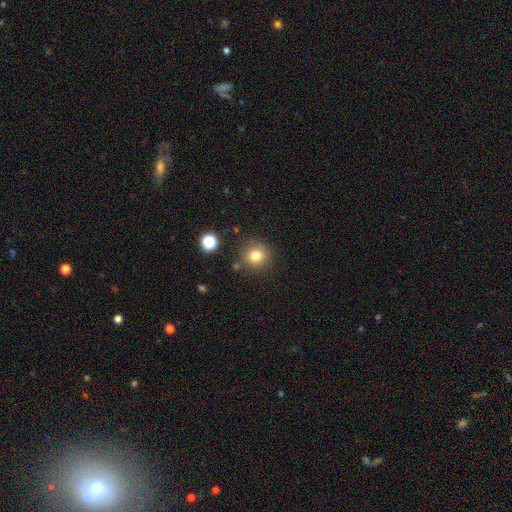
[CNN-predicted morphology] Q: Smooth or featured?
A: smooth (78%); runner-up: star or artifact (13%)
Q: How rounded?
A: round (94%); runner-up: in between (5%)
Q: Merging?
A: none (84%); runner-up: minor disturbance (9%)